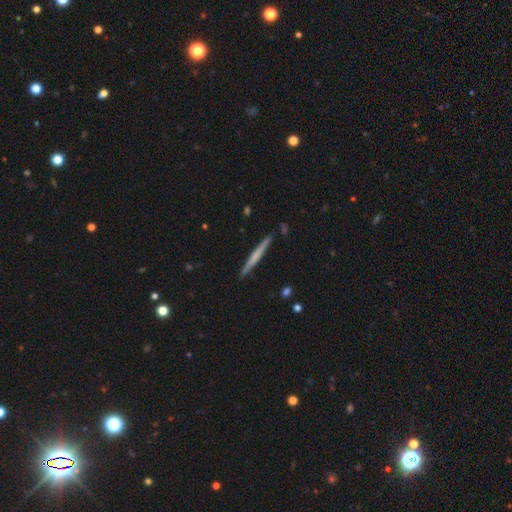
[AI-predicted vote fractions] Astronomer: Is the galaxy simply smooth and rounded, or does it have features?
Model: smooth — 50% (runner-up: featured or disk, 45%).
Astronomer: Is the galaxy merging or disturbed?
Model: none — 91%.